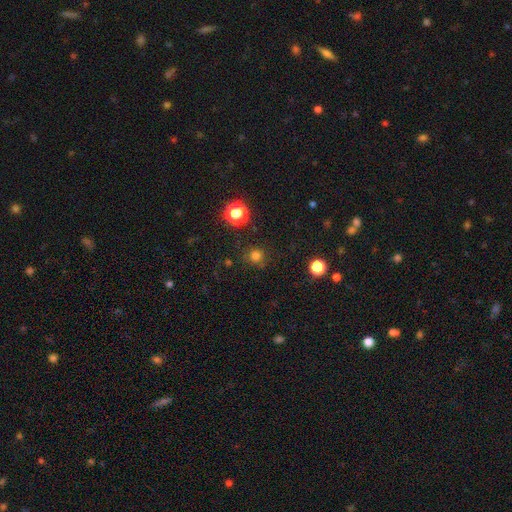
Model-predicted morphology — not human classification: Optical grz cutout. It shows a smooth galaxy with no disk features (76%) that is round (94%). Merging: none (85%).